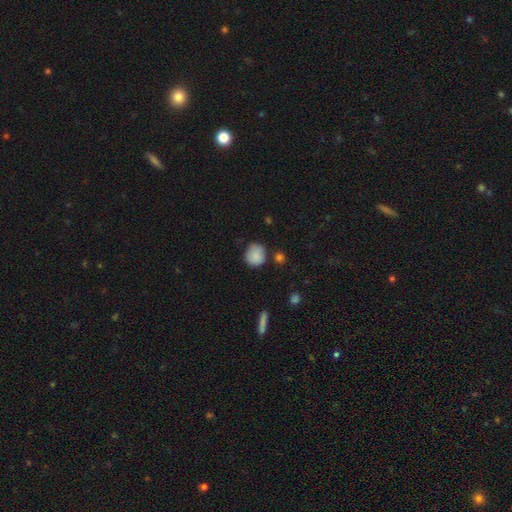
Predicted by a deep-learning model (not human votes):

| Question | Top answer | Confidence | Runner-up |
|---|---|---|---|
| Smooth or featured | smooth | 86% | star or artifact (8%) |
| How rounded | round | 83% | in between (16%) |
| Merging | none | 70% | minor disturbance (21%) |